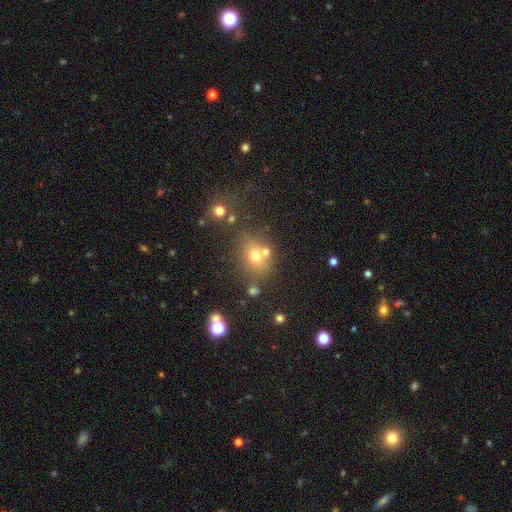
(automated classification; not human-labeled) This is likely a smooth galaxy (65%). How rounded: possibly round (60%). Merging: possibly none (59%).